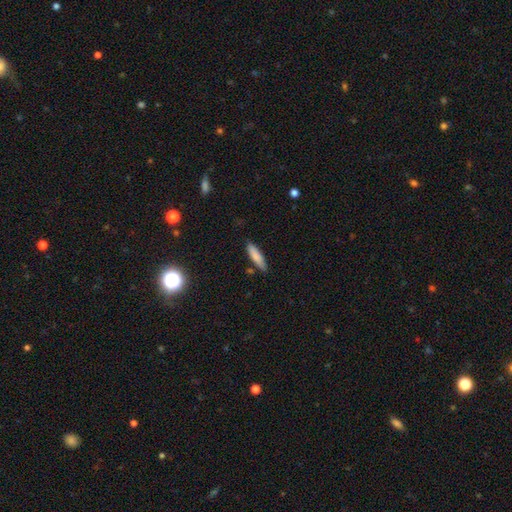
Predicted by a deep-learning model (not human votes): smooth 82%, featured or disk 11%, star or artifact 7%. Down the decision tree: how rounded — cigar-shaped (73%); merging — none (82%).